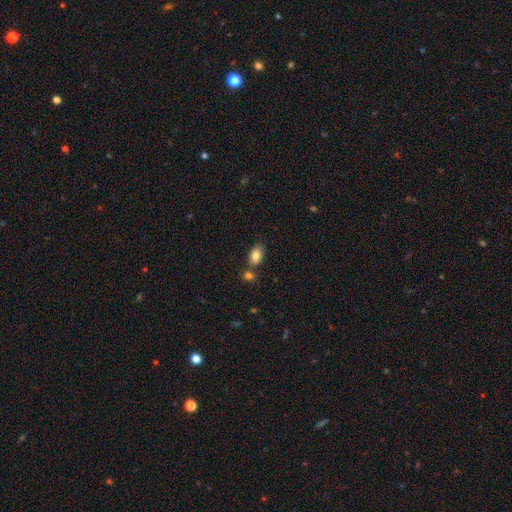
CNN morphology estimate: type=smooth (82%); roundness=in between (90%); merging=none (64%).